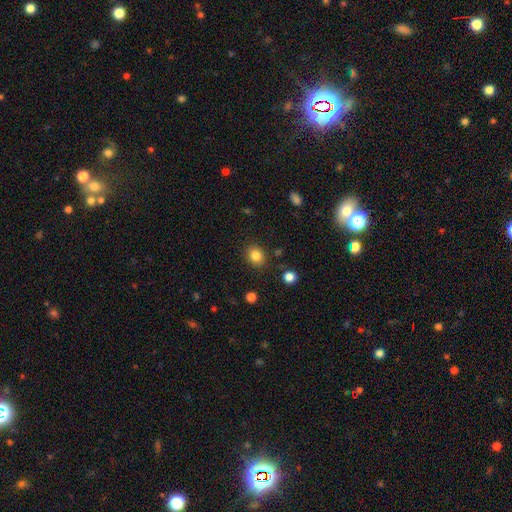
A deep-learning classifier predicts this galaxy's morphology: smooth_or_featured: smooth (p=0.84) [alt: star or artifact p=0.11]
how_rounded: round (p=0.68) [alt: in between p=0.31]
merging: none (p=0.87) [alt: minor disturbance p=0.08]